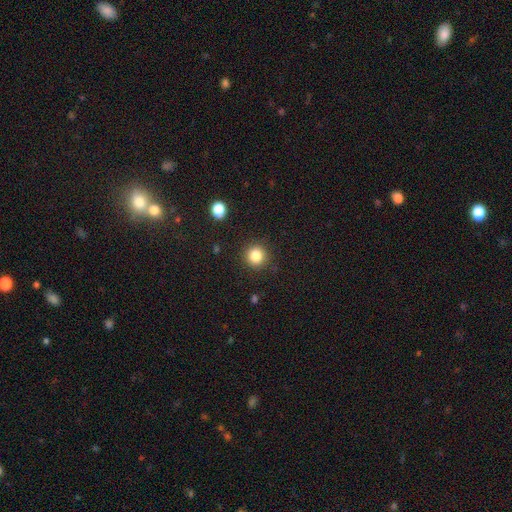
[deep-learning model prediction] The model was most divided on "smooth or featured": smooth: 84%, star or artifact: 11%, featured or disk: 5%. More confident: how rounded — round (93%); merging — none (90%).